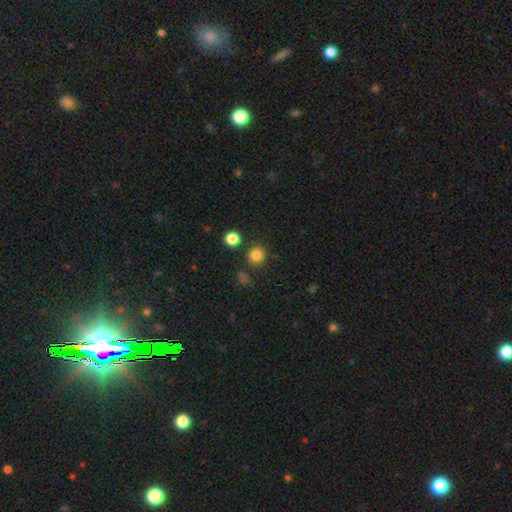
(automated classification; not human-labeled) smooth-or-featured: smooth: 82% | star or artifact: 13% | featured or disk: 5%
  how-rounded: round: 92% | in between: 7% | cigar-shaped: 1%
  merging: none: 83% | minor disturbance: 8% | merger: 6% | major disturbance: 3%